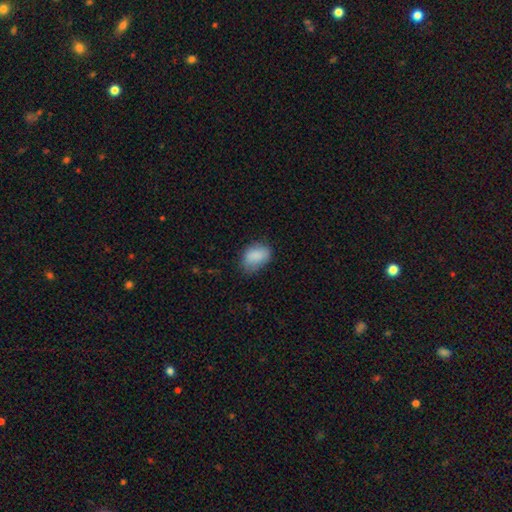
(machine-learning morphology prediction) smooth_or_featured: smooth (p=0.86) [alt: star or artifact p=0.08]
how_rounded: in between (p=0.82) [alt: round p=0.17]
merging: none (p=0.66) [alt: minor disturbance p=0.26]